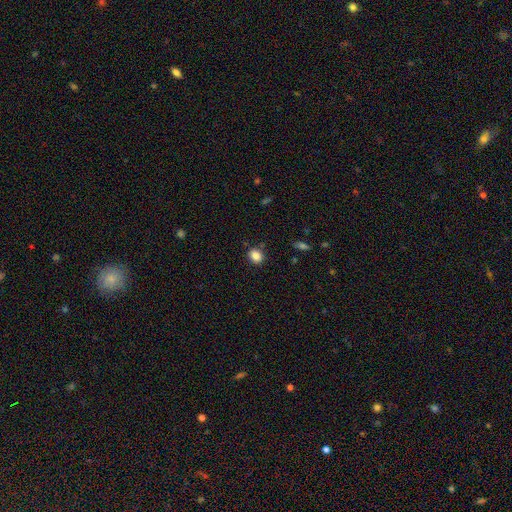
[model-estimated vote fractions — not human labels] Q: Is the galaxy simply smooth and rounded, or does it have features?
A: smooth — 85%.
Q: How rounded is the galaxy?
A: in between — 51%.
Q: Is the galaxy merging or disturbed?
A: none — 83%.